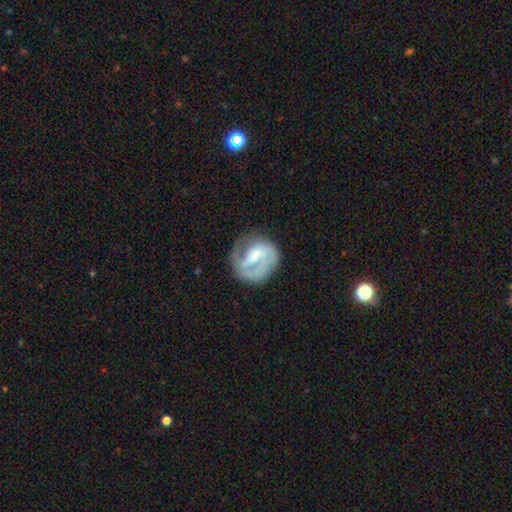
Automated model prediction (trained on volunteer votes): Smooth or featured: featured or disk — 70% (smooth — 24%)
Edge-on disk: no — 97% (yes — 3%)
Bar: weak — 47% (no — 28%)
Spiral arms: yes — 82% (no — 18%)
Spiral winding: tight — 41% (medium — 39%)
Spiral arm count: 2 — 39% (1 — 36%)
Bulge size: small — 47% (moderate — 36%)
Merging: none — 58% (minor disturbance — 20%)